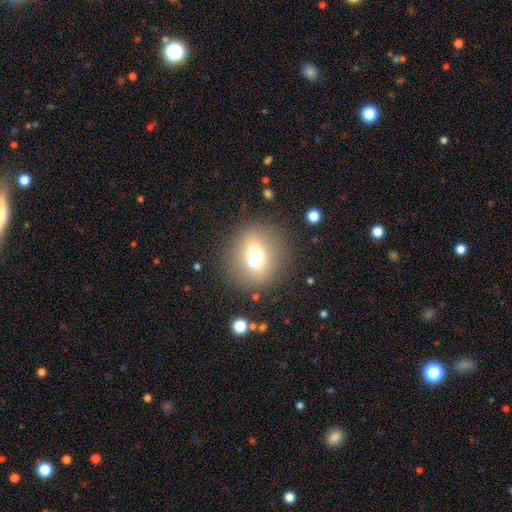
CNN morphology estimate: Smooth or featured? Predicted: smooth (p=0.61). How rounded? Predicted: round (p=0.86). Merging? Predicted: none (p=0.71).